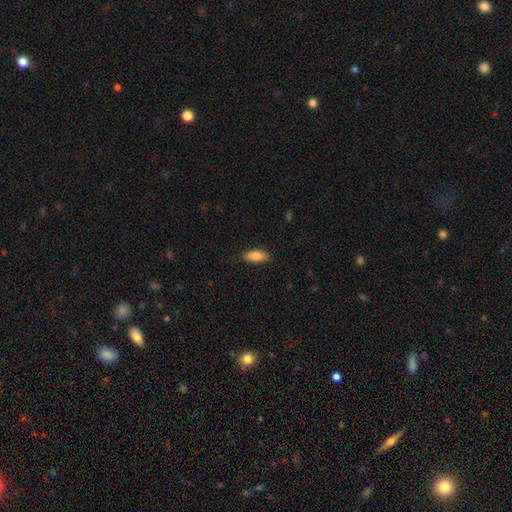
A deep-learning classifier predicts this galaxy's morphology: Smooth or featured? smooth (84%)
How rounded? in between (85%)
Merging? none (88%)